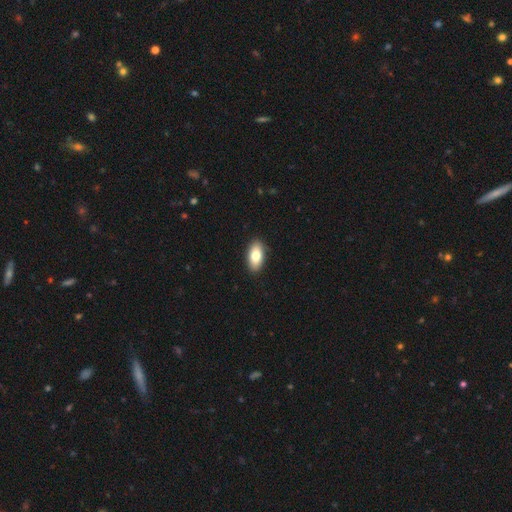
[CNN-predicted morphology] Smooth or featured?
  - smooth: 78% *
  - featured or disk: 15%
  - star or artifact: 7%
How rounded?
  - in between: 91% *
  - cigar-shaped: 5%
  - round: 4%
Merging?
  - none: 90% *
  - minor disturbance: 7%
  - major disturbance: 2%
  - merger: 1%